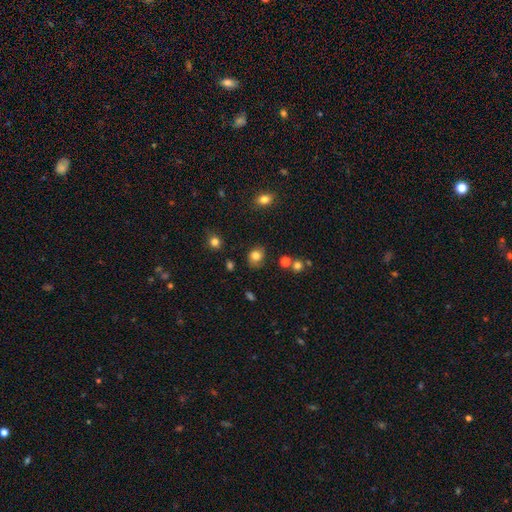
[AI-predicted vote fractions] A smooth galaxy with no disk features (80%) that is round (61%).

Vote fractions:
- Smooth or featured? smooth: 80% / star or artifact: 11% / featured or disk: 8%
- How rounded? round: 61% / in between: 38% / cigar-shaped: 1%
- Merging? none: 73% / minor disturbance: 19% / major disturbance: 5% / merger: 3%